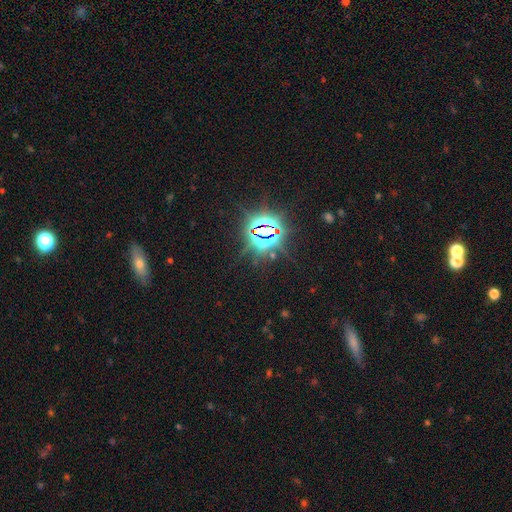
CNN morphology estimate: This appears to be a star or artifact, not a galaxy (77%).